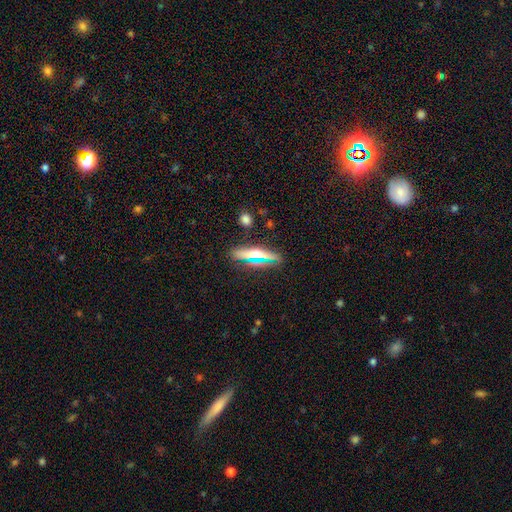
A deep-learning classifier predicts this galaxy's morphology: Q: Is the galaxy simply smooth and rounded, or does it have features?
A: smooth — 46%.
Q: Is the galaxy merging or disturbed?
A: none — 84%.